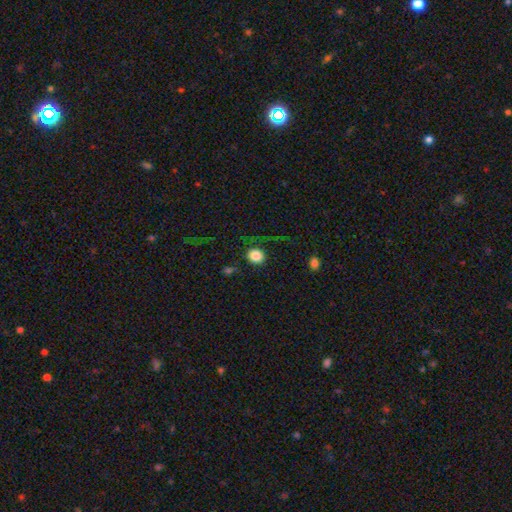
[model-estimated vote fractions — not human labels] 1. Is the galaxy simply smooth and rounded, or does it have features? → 83% smooth, 10% star or artifact, 6% featured or disk.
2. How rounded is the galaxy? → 82% round, 17% in between, 1% cigar-shaped.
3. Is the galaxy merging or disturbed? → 79% none, 11% minor disturbance, 7% major disturbance, 3% merger.